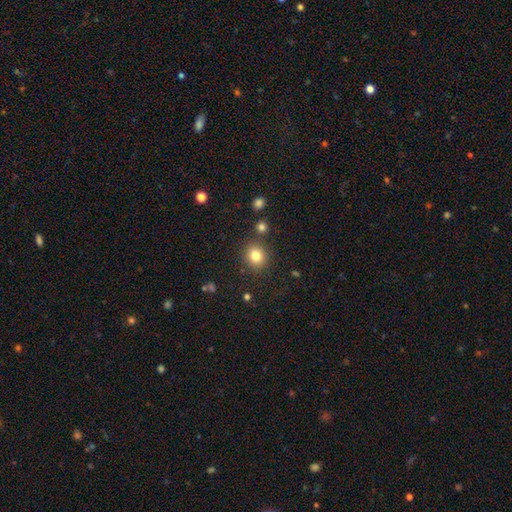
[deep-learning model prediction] Smooth or featured: smooth — 82% (star or artifact — 12%)
How rounded: round — 84% (in between — 15%)
Merging: none — 85% (minor disturbance — 8%)